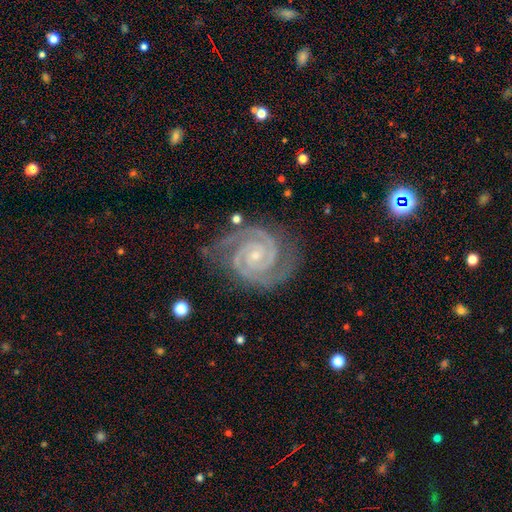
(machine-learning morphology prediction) A featured or disk galaxy (94%) with no bar (66%), 2 (82%) tight (78%) spiral arms (99%) and a small central bulge (81%).

Vote fractions:
- Smooth or featured? featured or disk: 94% / star or artifact: 4% / smooth: 2%
- Edge-on disk? no: 98% / yes: 2%
- Bar? no: 66% / weak: 23% / strong: 11%
- Spiral arms? yes: 99% / no: 1%
- Spiral winding? tight: 78% / medium: 20% / loose: 2%
- Spiral arm count? 2: 82% / 3: 10% / can't tell: 2% / 4: 2% / more than 4: 2% / 1: 2%
- Bulge size? small: 81% / moderate: 15% / none: 2% / large: 1% / dominant: 1%
- Merging? none: 76% / minor disturbance: 17% / major disturbance: 5% / merger: 2%